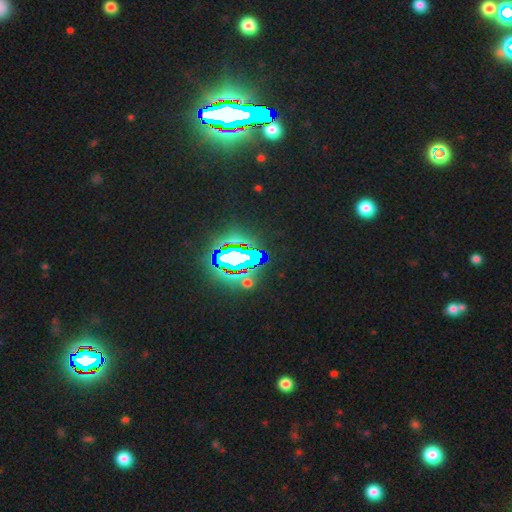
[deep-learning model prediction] The model was most divided on "smooth or featured": star or artifact: 84%, smooth: 9%, featured or disk: 7%.